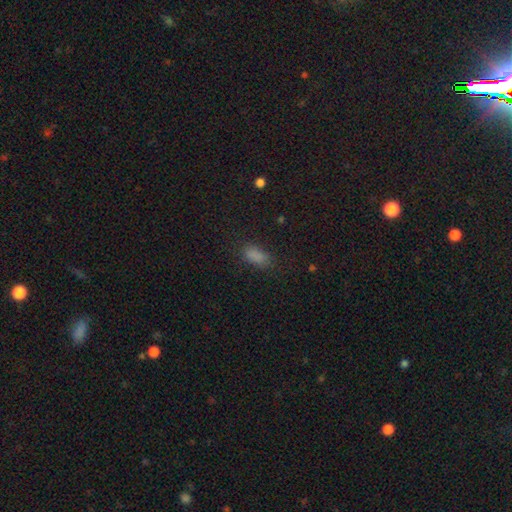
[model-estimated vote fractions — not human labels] Smooth or featured: smooth — 81% (star or artifact — 13%)
How rounded: in between — 87% (cigar-shaped — 8%)
Merging: none — 74% (minor disturbance — 17%)